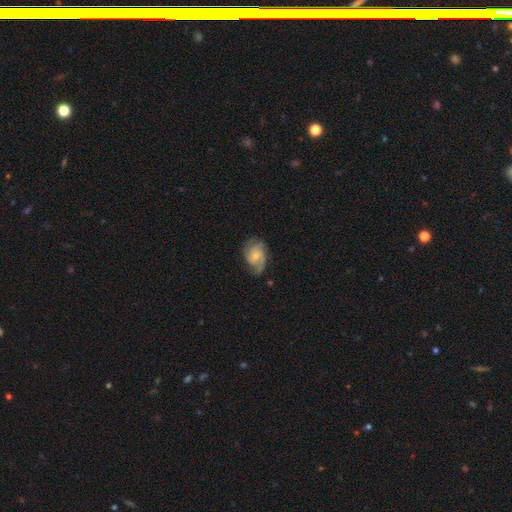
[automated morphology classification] The model was most divided on "spiral winding": medium: 49%, tight: 34%, loose: 17%. More confident: edge-on disk — no (98%); spiral arms — yes (96%); smooth or featured — featured or disk (81%); merging — none (70%); bar — no (59%); bulge size — small (59%); spiral arm count — 2 (55%).